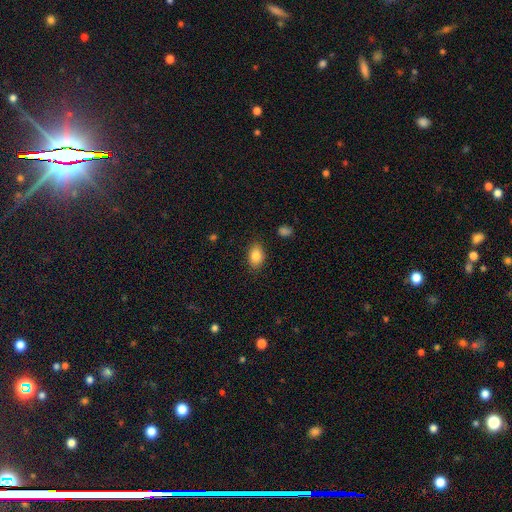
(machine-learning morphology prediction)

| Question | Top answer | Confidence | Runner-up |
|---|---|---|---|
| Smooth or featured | smooth | 85% | star or artifact (8%) |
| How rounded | in between | 84% | round (15%) |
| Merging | none | 85% | minor disturbance (11%) |